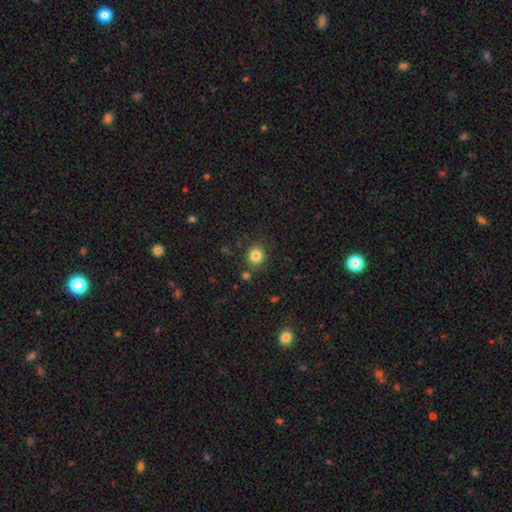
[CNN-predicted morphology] Overall: smooth (83%). How rounded: round (85%). Merging: none (84%).